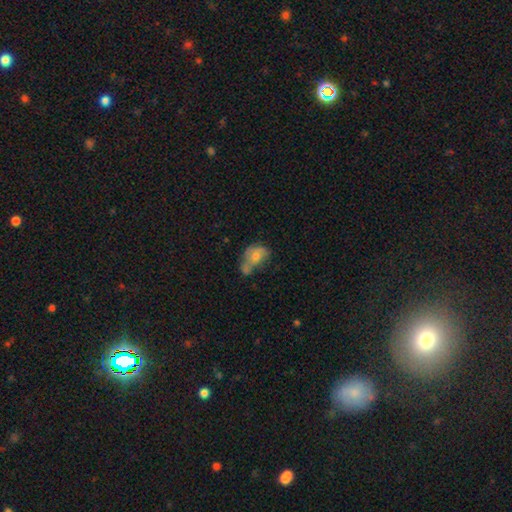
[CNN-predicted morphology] A smooth galaxy with no disk features (62%) that is in between round and cigar-shaped (78%).

Vote fractions:
- Smooth or featured? smooth: 62% / featured or disk: 29% / star or artifact: 9%
- How rounded? in between: 78% / round: 20% / cigar-shaped: 2%
- Merging? merger: 37% / minor disturbance: 22% / none: 22% / major disturbance: 19%